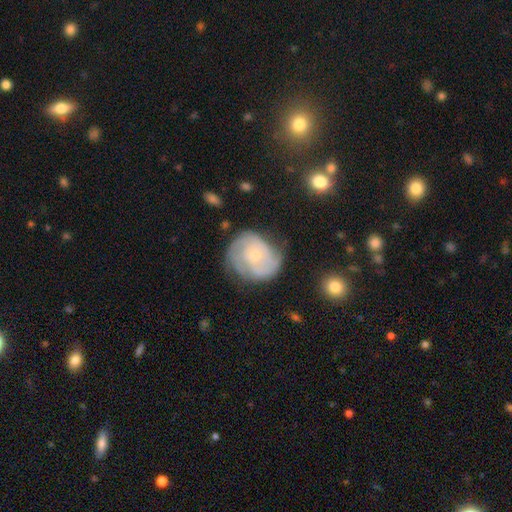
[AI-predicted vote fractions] Smooth or featured? featured or disk (69%)
Edge-on disk? no (98%)
Bar? no (78%)
Spiral arms? yes (87%)
Spiral winding? tight (55%)
Spiral arm count? can't tell (35%)
Bulge size? small (76%)
Merging? none (59%)